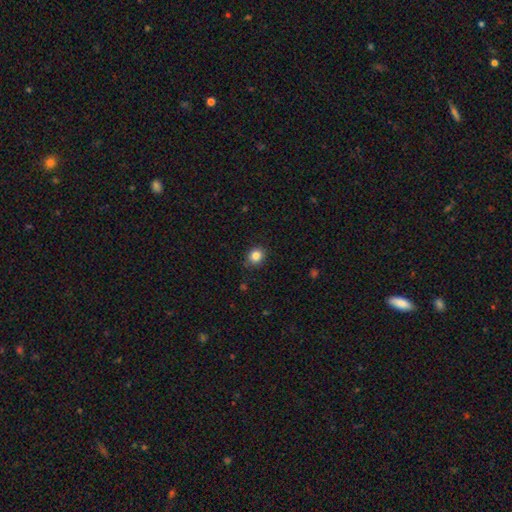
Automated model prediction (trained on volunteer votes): This is clearly a smooth galaxy (84%). How rounded: likely round (73%). Merging: clearly none (86%).